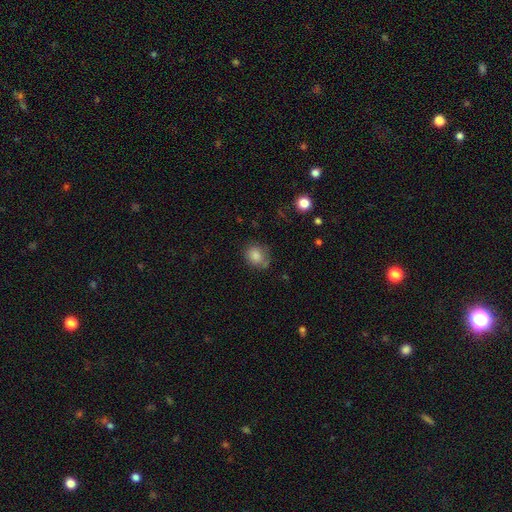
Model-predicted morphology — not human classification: This appears to be a smooth galaxy with no disk features (83%) that is round (60%). Merging: none (65%).